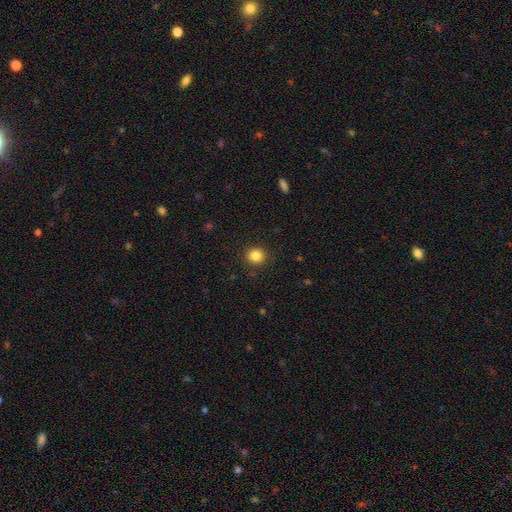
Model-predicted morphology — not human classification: Overall: smooth (85%). How rounded: round (86%). Merging: none (90%).